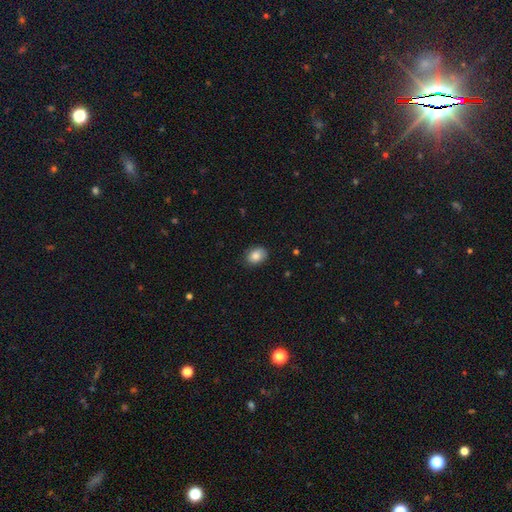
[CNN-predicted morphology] A smooth galaxy with no disk features (84%) that is in between round and cigar-shaped (69%).

Vote fractions:
- Smooth or featured? smooth: 84% / featured or disk: 8% / star or artifact: 8%
- How rounded? in between: 69% / round: 30% / cigar-shaped: 1%
- Merging? none: 81% / minor disturbance: 15% / major disturbance: 3% / merger: 1%